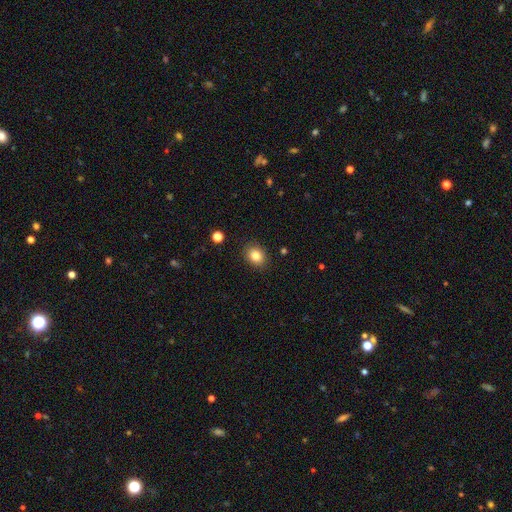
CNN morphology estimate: The model was most divided on "how rounded": round: 51%, in between: 48%, cigar-shaped: 1%. More confident: merging — none (89%); smooth or featured — smooth (83%).